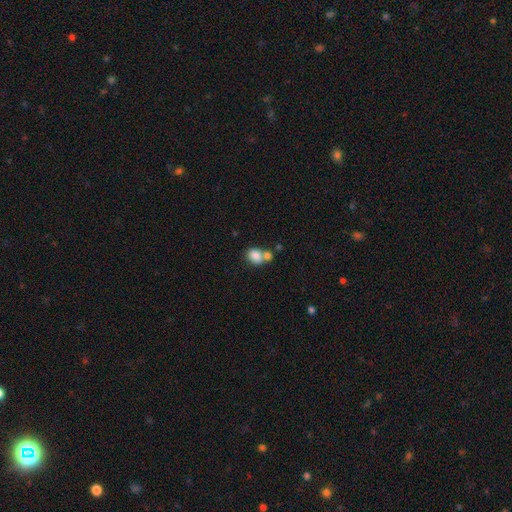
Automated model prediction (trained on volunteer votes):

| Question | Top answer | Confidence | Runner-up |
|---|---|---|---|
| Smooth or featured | smooth | 83% | star or artifact (9%) |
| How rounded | in between | 56% | round (43%) |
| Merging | merger | 50% | none (36%) |